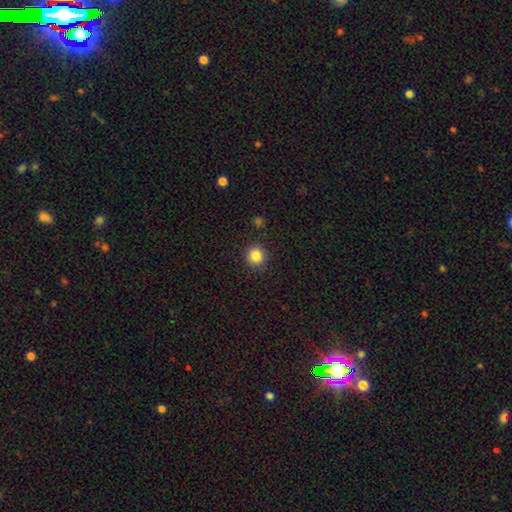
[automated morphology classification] Smooth or featured? smooth (85%)
How rounded? round (91%)
Merging? none (90%)